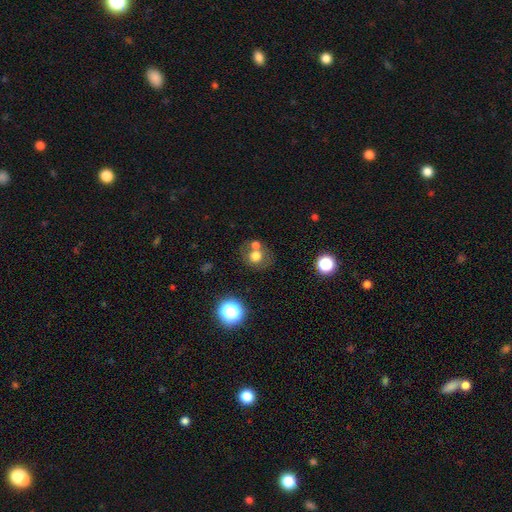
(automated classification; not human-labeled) A smooth galaxy with no disk features (69%) that is round (79%). Merging: none (52%).